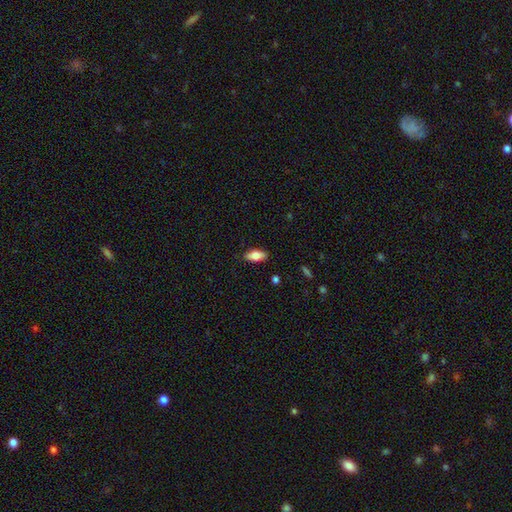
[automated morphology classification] The model was most divided on "smooth or featured": smooth: 78%, featured or disk: 15%, star or artifact: 7%. More confident: merging — none (86%); how rounded — in between (86%).